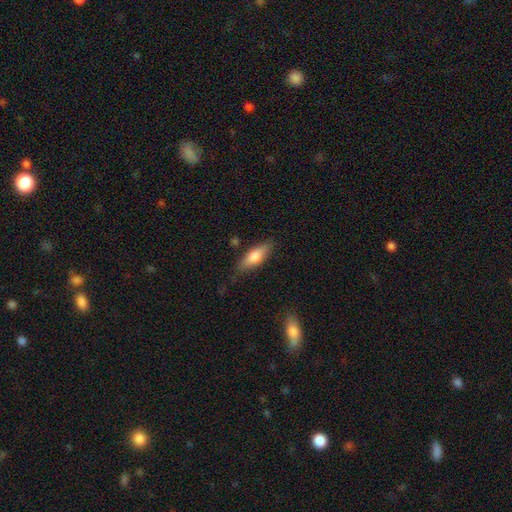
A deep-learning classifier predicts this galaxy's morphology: Smooth or featured? Predicted: smooth (p=0.71). How rounded? Predicted: in between (p=0.64). Merging? Predicted: none (p=0.76).